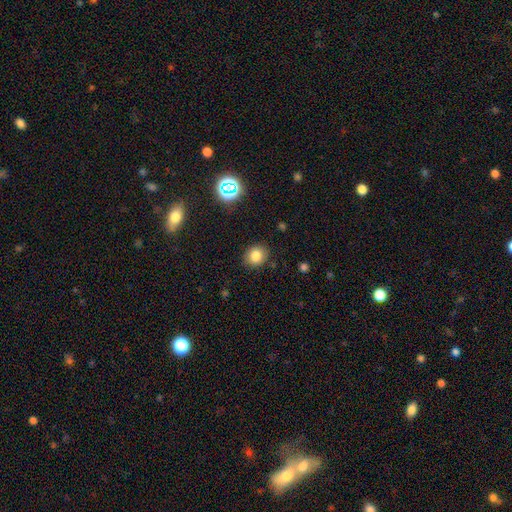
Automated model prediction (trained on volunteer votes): This is clearly a smooth galaxy (81%). How rounded: likely round (66%). Merging: clearly none (86%).